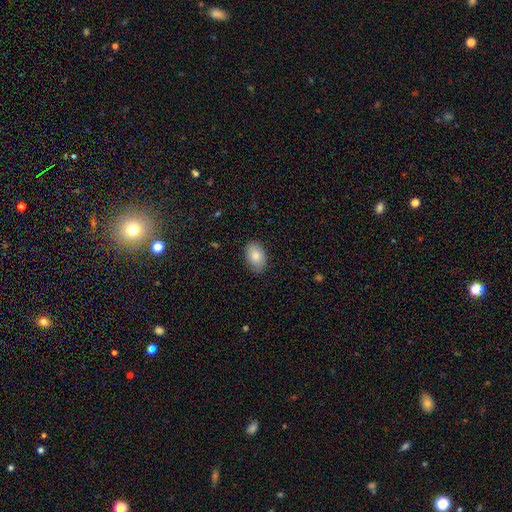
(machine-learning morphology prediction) Overall: smooth (82%). How rounded: in between (89%). Merging: none (85%).